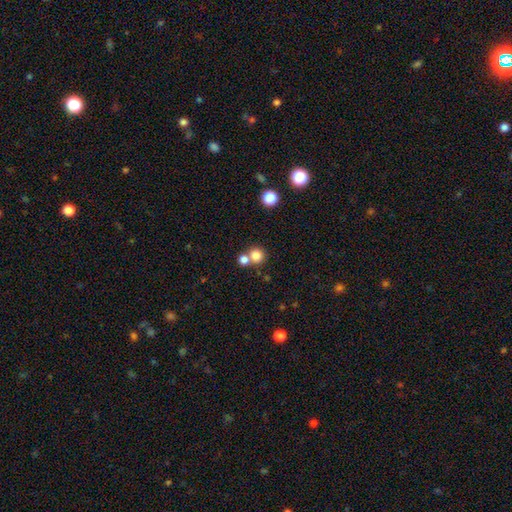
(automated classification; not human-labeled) Smooth or featured? Predicted: smooth (p=0.80). How rounded? Predicted: round (p=0.91). Merging? Predicted: none (p=0.57).